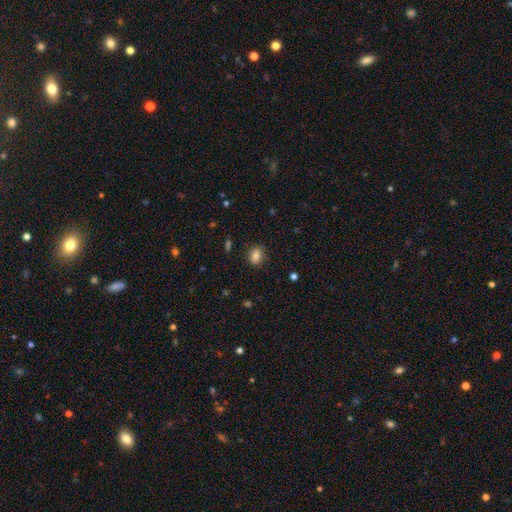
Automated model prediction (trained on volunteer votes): Morphology: type=smooth (82%); roundness=in between (60%); merging=none (81%).